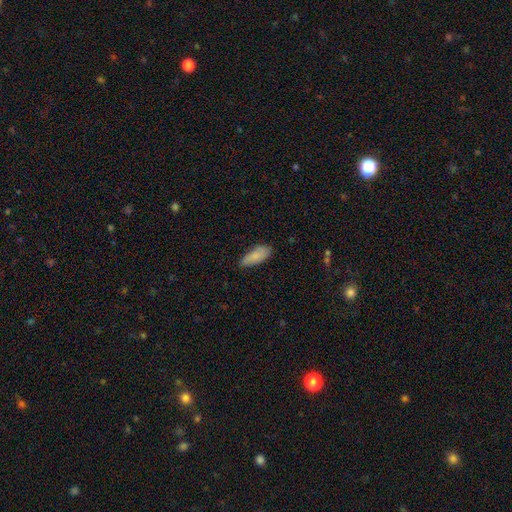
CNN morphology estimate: Smooth or featured? smooth (85%)
How rounded? in between (78%)
Merging? none (77%)